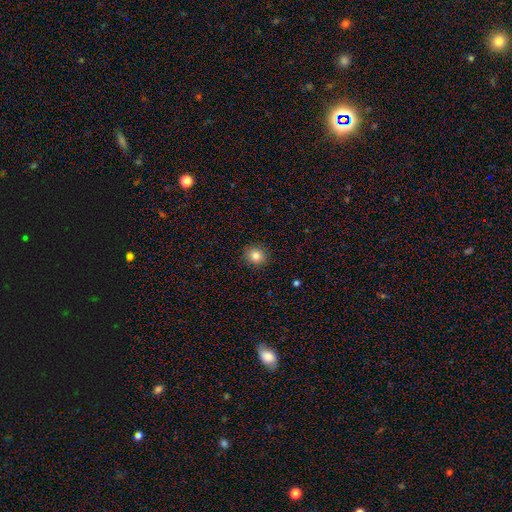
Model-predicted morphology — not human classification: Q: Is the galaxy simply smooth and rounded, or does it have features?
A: smooth — 83%.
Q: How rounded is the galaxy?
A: round — 80%.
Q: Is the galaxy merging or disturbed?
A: none — 91%.